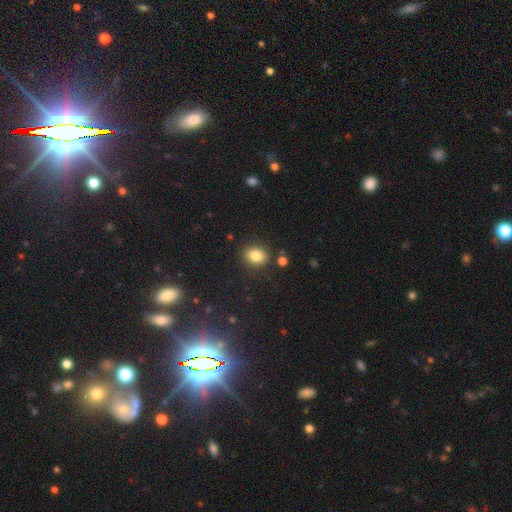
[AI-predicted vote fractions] This is clearly a smooth galaxy (83%). How rounded: possibly round (57%). Merging: clearly none (84%).